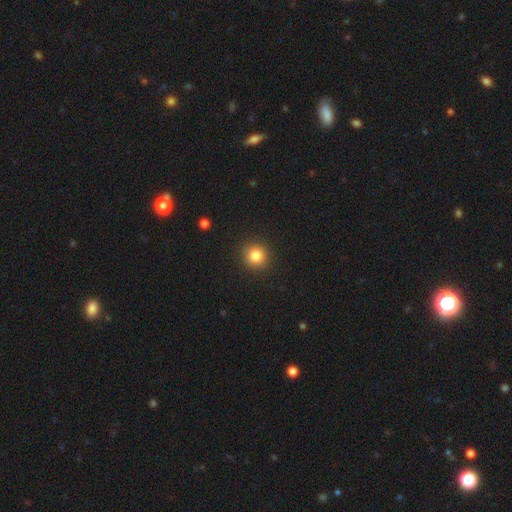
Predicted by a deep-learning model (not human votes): A smooth galaxy with no disk features (82%) that is round (92%).

Vote fractions:
- Smooth or featured? smooth: 82% / star or artifact: 11% / featured or disk: 6%
- How rounded? round: 92% / in between: 7% / cigar-shaped: 1%
- Merging? none: 91% / minor disturbance: 6% / major disturbance: 2% / merger: 1%